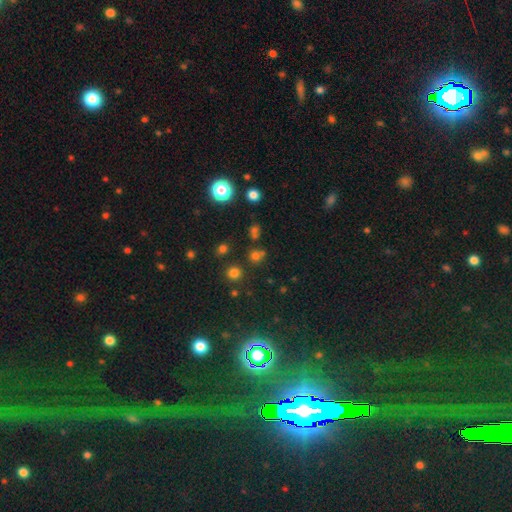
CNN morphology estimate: Overall: smooth (61%; star or artifact 32%). How rounded: round (86%). Merging: none (71%).